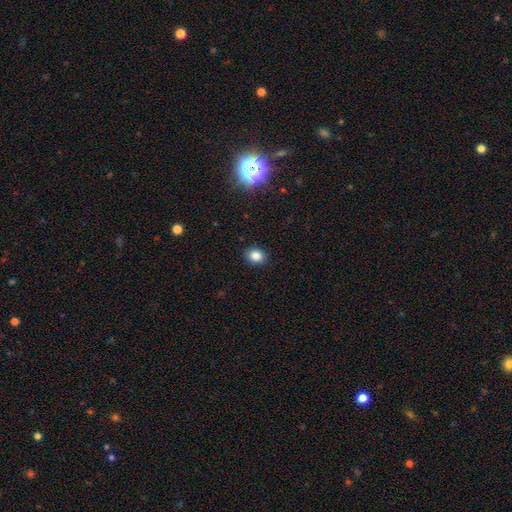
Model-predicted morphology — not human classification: This appears to be a smooth galaxy with no disk features (83%) that is round (50%). Merging: none (90%).